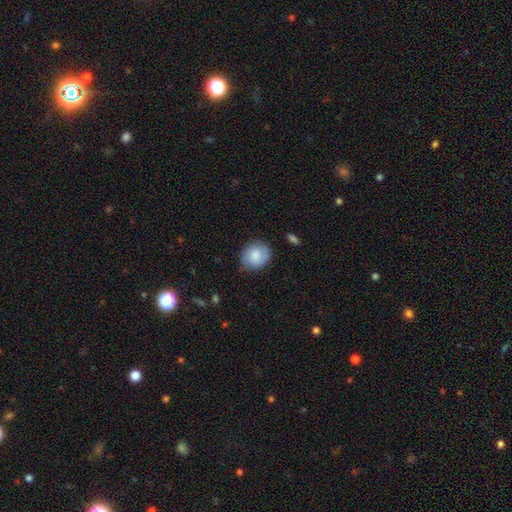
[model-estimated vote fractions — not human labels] A smooth galaxy with no disk features (80%) that is round (65%).

Vote fractions:
- Smooth or featured? smooth: 80% / featured or disk: 13% / star or artifact: 7%
- How rounded? round: 65% / in between: 34% / cigar-shaped: 1%
- Merging? none: 67% / minor disturbance: 26% / major disturbance: 5% / merger: 2%